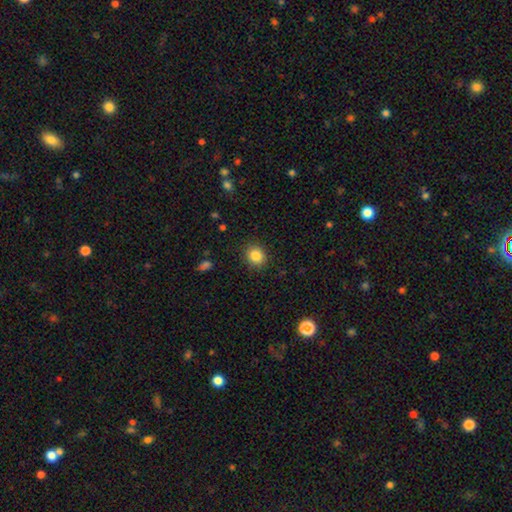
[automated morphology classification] smooth-or-featured: smooth: 85% | star or artifact: 10% | featured or disk: 5%
  how-rounded: round: 77% | in between: 22% | cigar-shaped: 1%
  merging: none: 88% | minor disturbance: 8% | major disturbance: 2% | merger: 1%